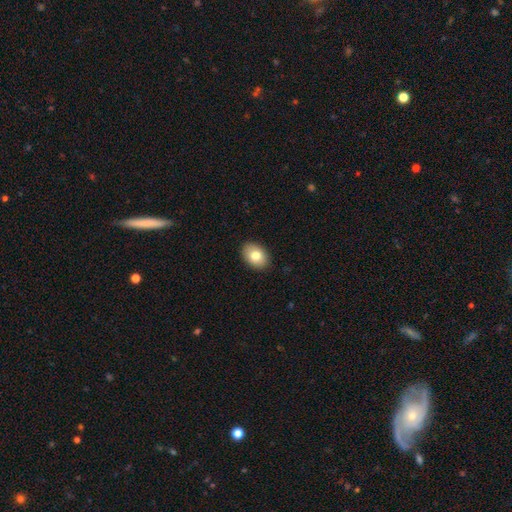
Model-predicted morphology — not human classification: Overall: smooth (80%). How rounded: in between (78%). Merging: none (90%).